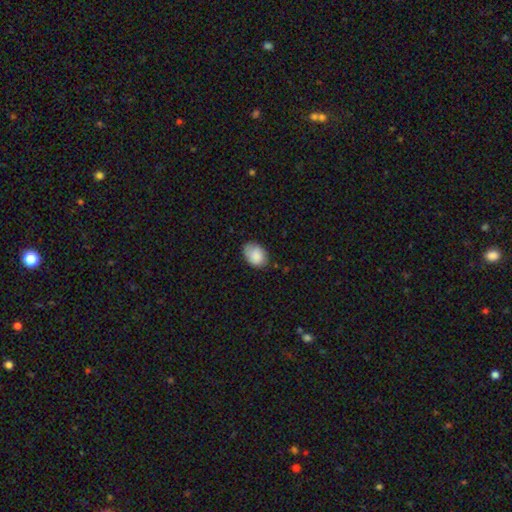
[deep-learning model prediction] Smooth or featured? smooth (83%)
How rounded? in between (79%)
Merging? none (70%)